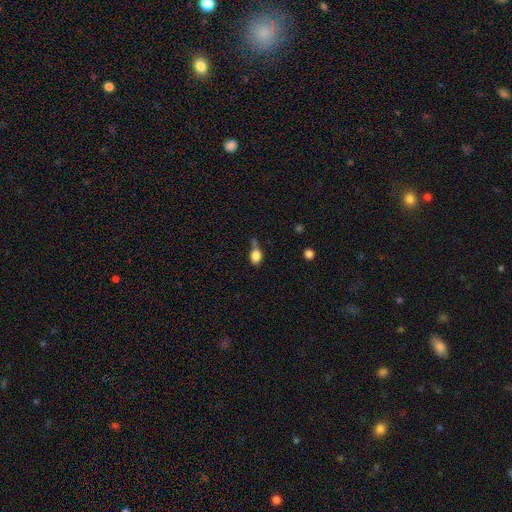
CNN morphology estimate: smooth_or_featured: smooth (p=0.82) [alt: star or artifact p=0.10]
how_rounded: in between (p=0.65) [alt: round p=0.32]
merging: none (p=0.40) [alt: minor disturbance p=0.31]